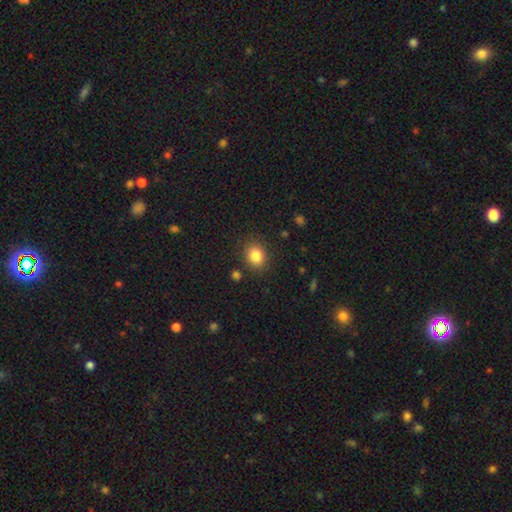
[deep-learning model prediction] A smooth galaxy with no disk features (85%) that is round (62%).

Vote fractions:
- Smooth or featured? smooth: 85% / star or artifact: 10% / featured or disk: 5%
- How rounded? round: 62% / in between: 37% / cigar-shaped: 1%
- Merging? none: 85% / minor disturbance: 9% / major disturbance: 3% / merger: 3%